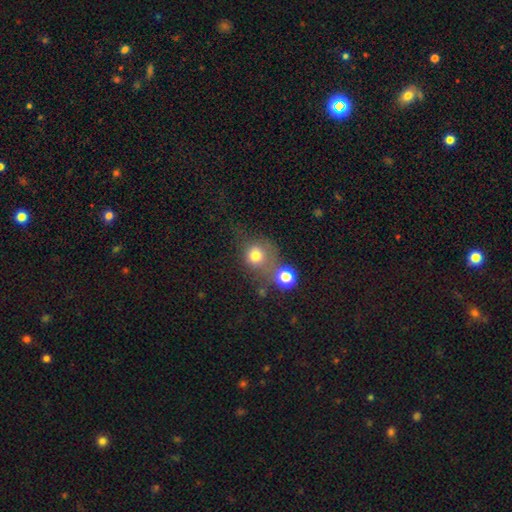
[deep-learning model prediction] Smooth or featured? Predicted: smooth (p=0.76). How rounded? Predicted: round (p=0.84). Merging? Predicted: none (p=0.41).